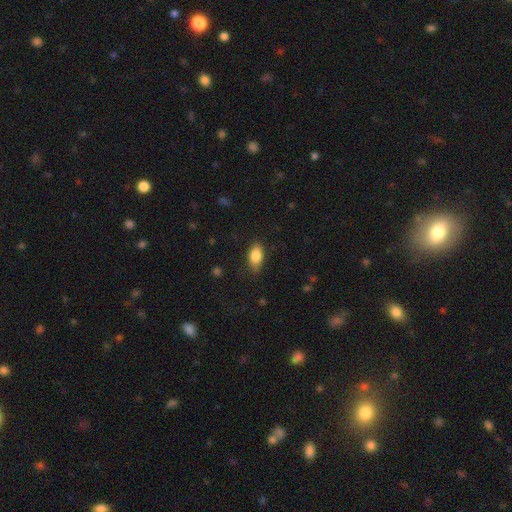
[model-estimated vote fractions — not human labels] A smooth galaxy with no disk features (85%) that is in between round and cigar-shaped (90%).

Vote fractions:
- Smooth or featured? smooth: 85% / featured or disk: 8% / star or artifact: 7%
- How rounded? in between: 90% / round: 5% / cigar-shaped: 4%
- Merging? none: 80% / minor disturbance: 15% / major disturbance: 3% / merger: 1%